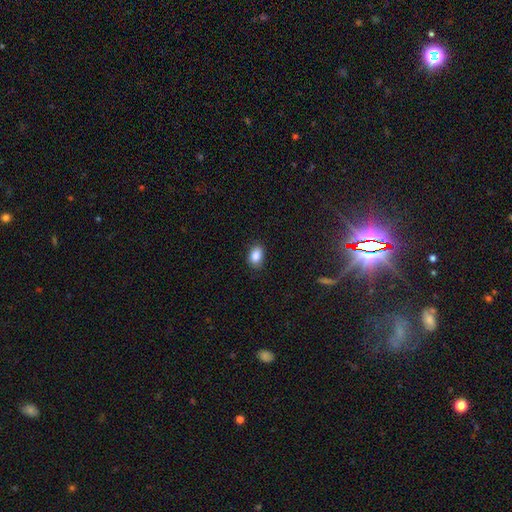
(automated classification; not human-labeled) Smooth or featured: smooth — 86% (star or artifact — 9%)
How rounded: in between — 79% (round — 19%)
Merging: none — 83% (minor disturbance — 14%)